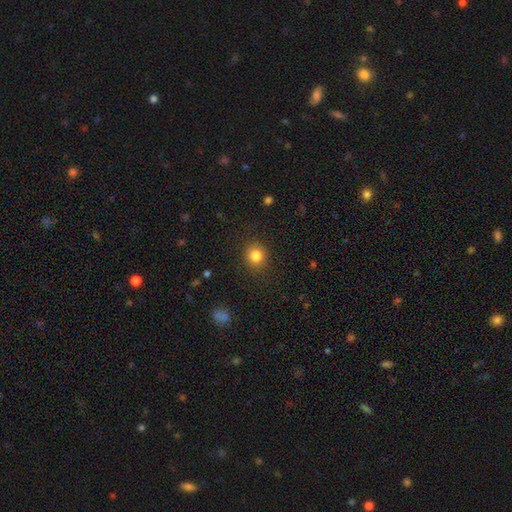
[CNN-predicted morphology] type=smooth (83%); roundness=round (85%); merging=none (88%).